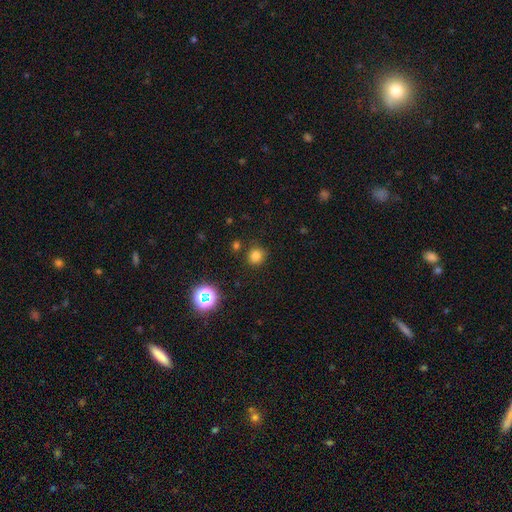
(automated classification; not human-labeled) The model was most divided on "smooth or featured": smooth: 78%, star or artifact: 17%, featured or disk: 5%. More confident: how rounded — round (88%); merging — none (83%).